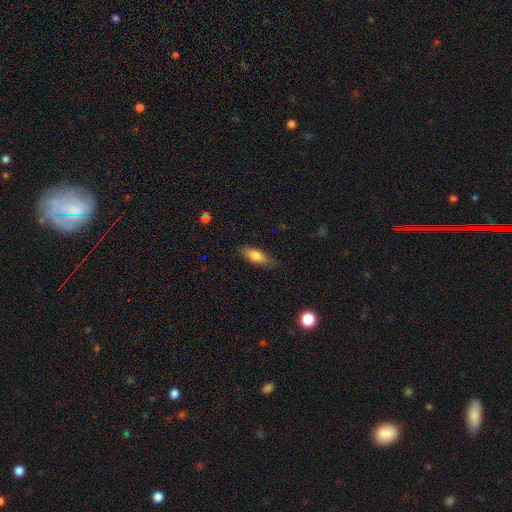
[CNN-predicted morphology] Smooth or featured: smooth — 81% (featured or disk — 12%)
How rounded: in between — 73% (cigar-shaped — 24%)
Merging: none — 81% (minor disturbance — 15%)